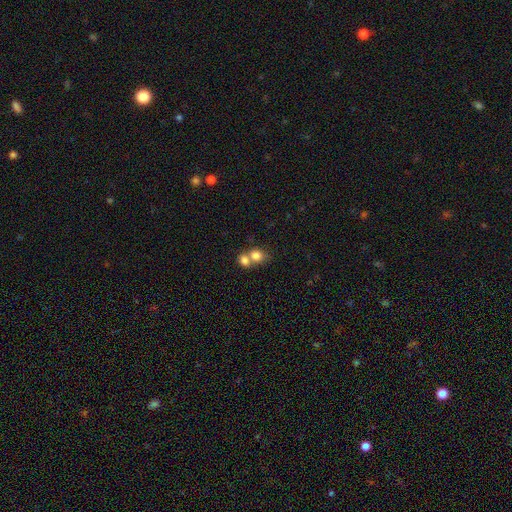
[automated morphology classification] The model was most divided on "how rounded": round: 58%, in between: 41%, cigar-shaped: 1%. More confident: smooth or featured — smooth (79%); merging — merger (64%).